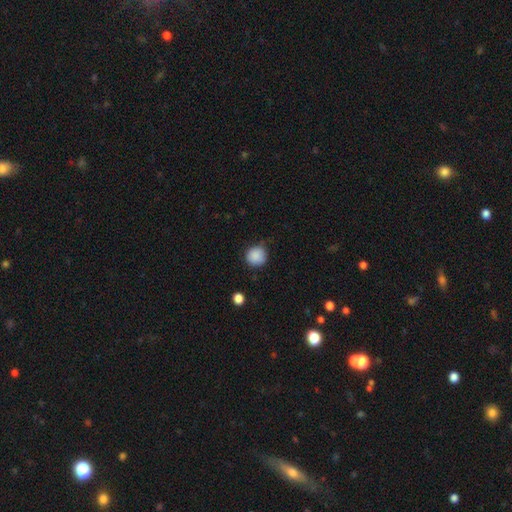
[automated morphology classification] Smooth or featured? Predicted: smooth (p=0.88). How rounded? Predicted: round (p=0.92). Merging? Predicted: none (p=0.78).